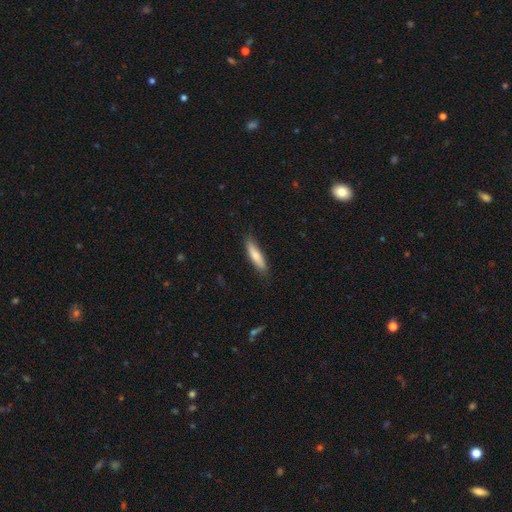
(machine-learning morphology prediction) smooth 75%, featured or disk 19%, star or artifact 6%. Down the decision tree: how rounded — cigar-shaped (73%); merging — none (81%).